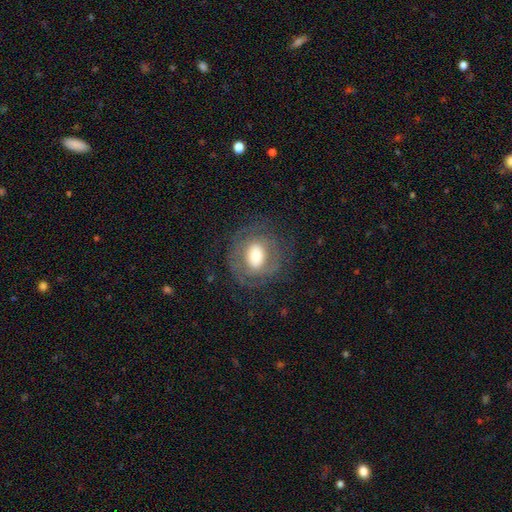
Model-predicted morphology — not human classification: smooth-or-featured: featured or disk: 47% | smooth: 44% | star or artifact: 9%
  merging: none: 74% | minor disturbance: 14% | major disturbance: 11% | merger: 1%